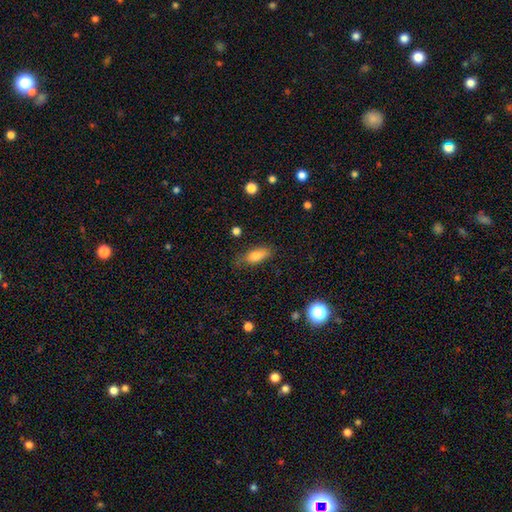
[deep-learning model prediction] Overall: smooth (78%). How rounded: in between (75%). Merging: none (71%).